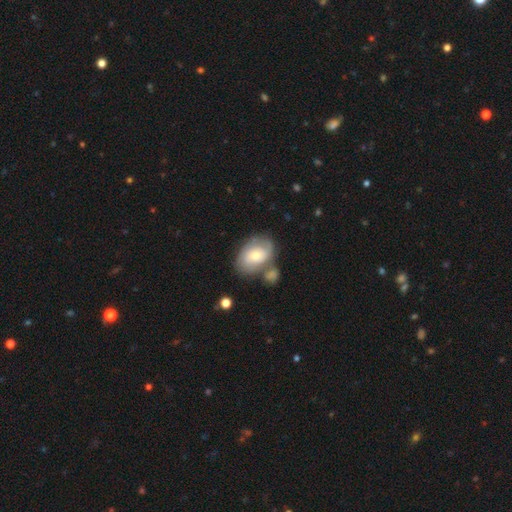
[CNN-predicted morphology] featured or disk 53%, smooth 41%, star or artifact 7%. Down the decision tree: edge-on disk — no (95%); bar — no (72%); spiral arms — yes (71%); bulge size — moderate (59%); merging — none (50%).